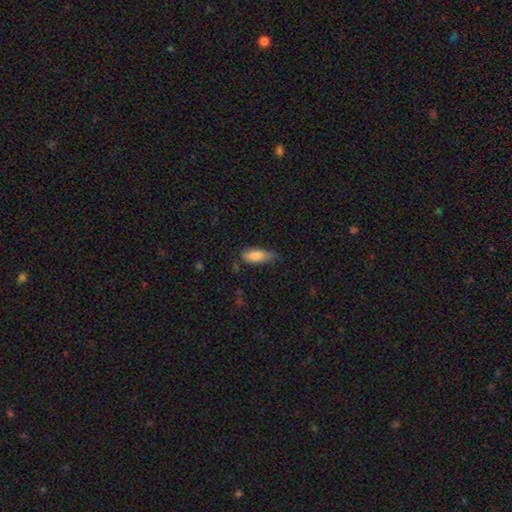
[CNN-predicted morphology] type=smooth (85%); roundness=in between (73%); merging=none (58%).